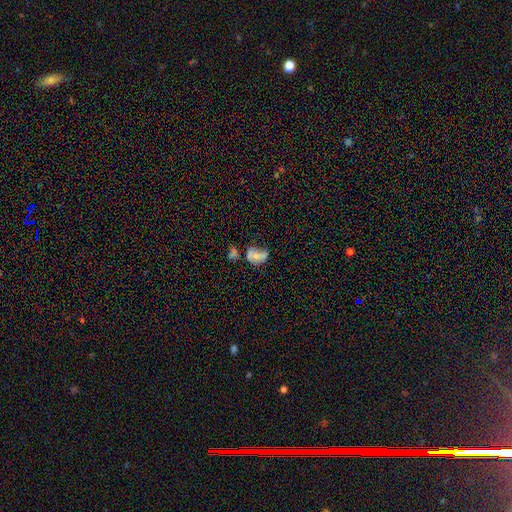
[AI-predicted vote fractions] The model was most divided on "merging": none: 26%, minor disturbance: 25%, major disturbance: 25%, merger: 25%. More confident: how rounded — in between (74%); smooth or featured — smooth (56%).